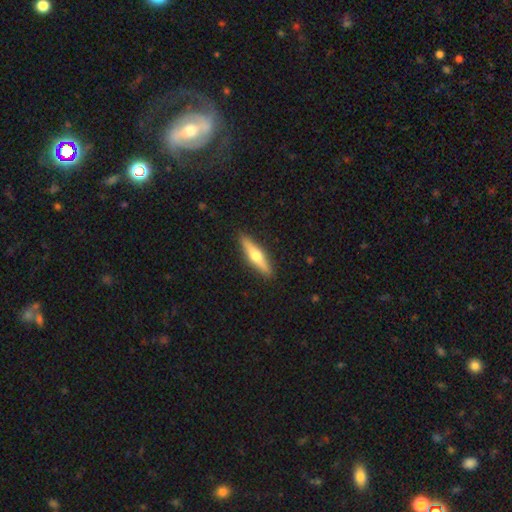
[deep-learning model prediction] Smooth or featured: featured or disk — 49% (smooth — 46%)
Merging: none — 90% (minor disturbance — 7%)